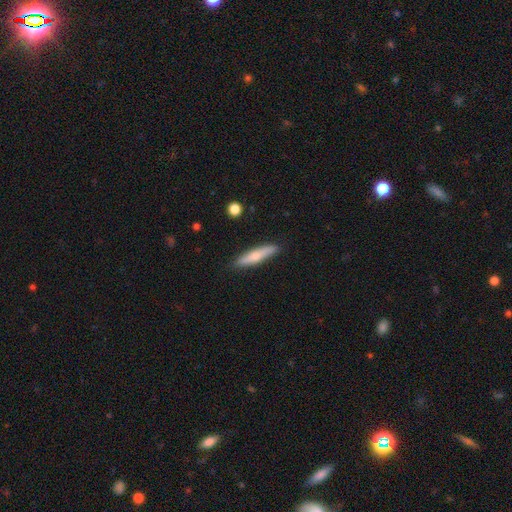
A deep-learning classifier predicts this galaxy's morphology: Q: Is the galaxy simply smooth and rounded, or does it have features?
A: smooth — 64%.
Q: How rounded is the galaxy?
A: cigar-shaped — 85%.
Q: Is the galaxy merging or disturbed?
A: none — 86%.